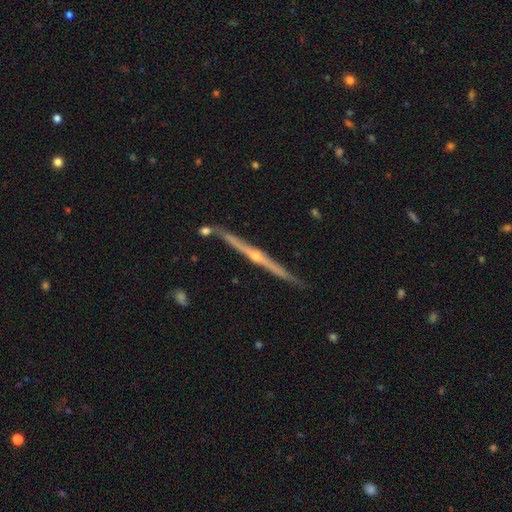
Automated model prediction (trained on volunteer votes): smooth-or-featured: featured or disk: 83% | smooth: 11% | star or artifact: 6%
  disk-edge-on: yes: 98% | no: 2%
    edge-on-bulge: rounded: 77% | none: 18% | boxy: 6%
  merging: none: 88% | minor disturbance: 8% | merger: 2% | major disturbance: 2%